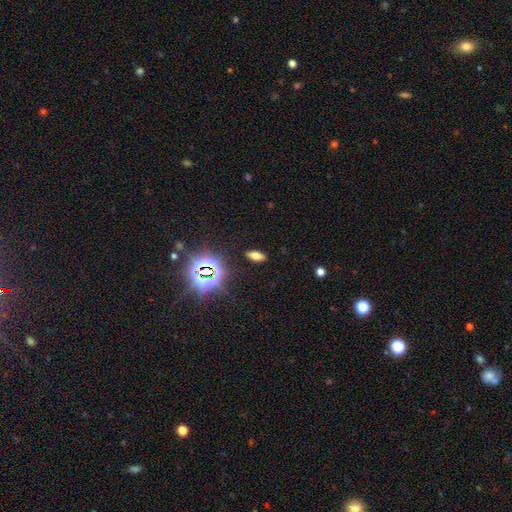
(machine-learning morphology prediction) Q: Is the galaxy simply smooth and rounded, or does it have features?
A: smooth — 62%.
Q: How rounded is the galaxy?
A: in between — 78%.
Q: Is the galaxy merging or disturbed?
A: none — 89%.